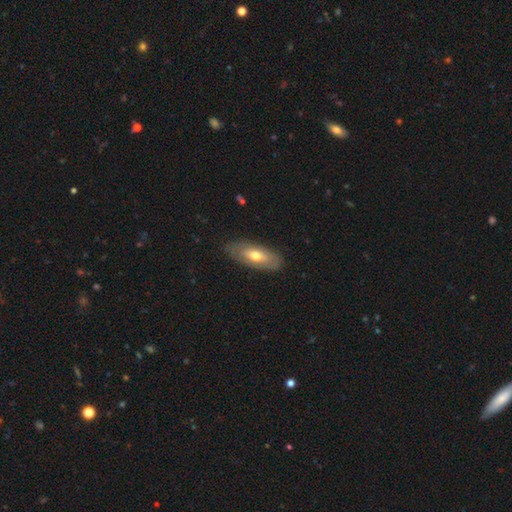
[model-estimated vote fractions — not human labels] Overall: smooth (58%; featured or disk 37%). How rounded: in between (82%). Merging: none (82%).